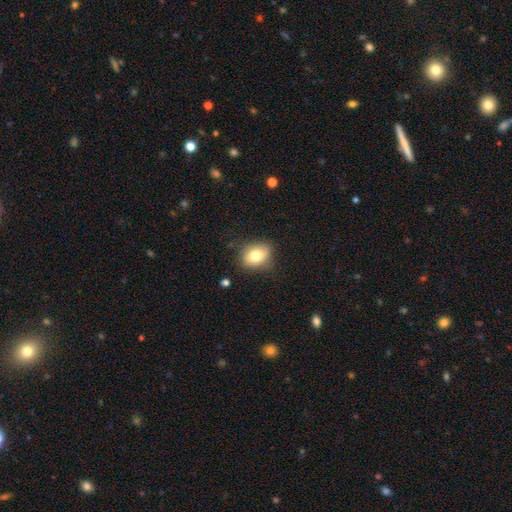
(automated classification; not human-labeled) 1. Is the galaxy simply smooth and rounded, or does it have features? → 79% smooth, 12% featured or disk, 9% star or artifact.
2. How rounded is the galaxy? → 63% in between, 36% round, 1% cigar-shaped.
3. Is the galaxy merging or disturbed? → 78% none, 16% minor disturbance, 4% major disturbance, 2% merger.